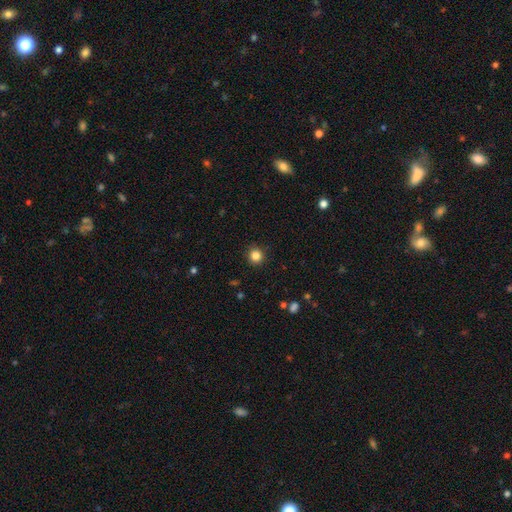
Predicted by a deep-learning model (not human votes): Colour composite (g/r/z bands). It shows a smooth galaxy with no disk features (84%) that is round (94%). Merging: none (91%).